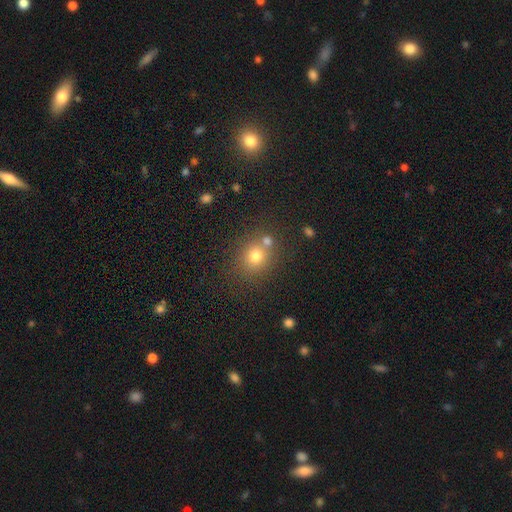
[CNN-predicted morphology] Smooth or featured? Predicted: smooth (p=0.74). How rounded? Predicted: round (p=0.79). Merging? Predicted: none (p=0.65).